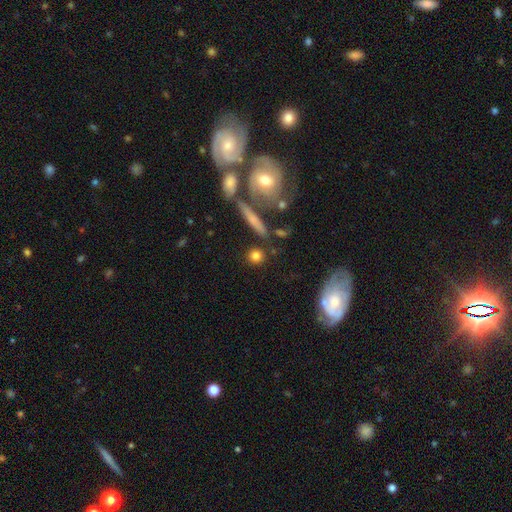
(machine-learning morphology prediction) smooth 80%, featured or disk 11%, star or artifact 10%. Down the decision tree: how rounded — round (80%); merging — none (80%).